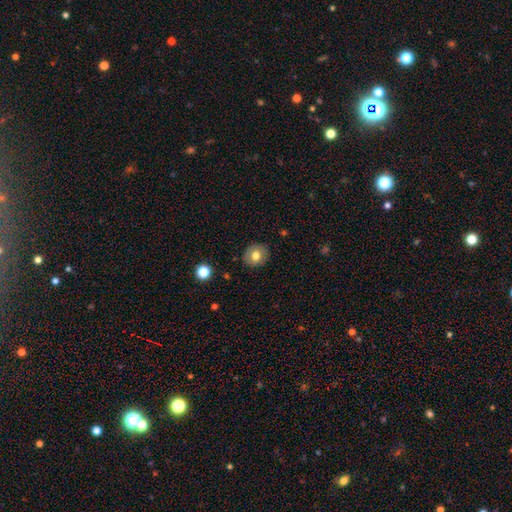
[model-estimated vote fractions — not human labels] The model was most divided on "how rounded": round: 78%, in between: 21%, cigar-shaped: 1%. More confident: merging — none (88%); smooth or featured — smooth (75%).